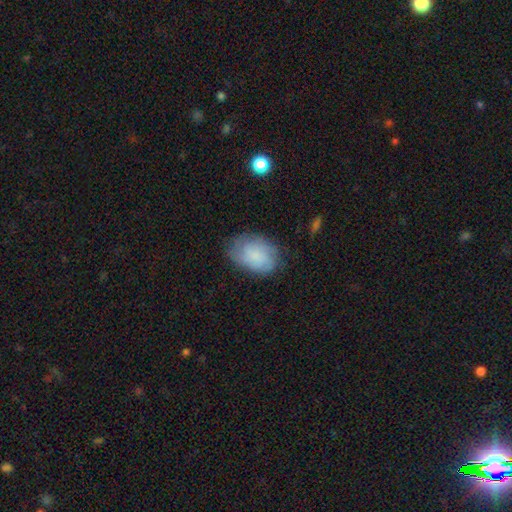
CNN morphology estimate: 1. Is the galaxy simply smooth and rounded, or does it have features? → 67% smooth, 25% featured or disk, 8% star or artifact.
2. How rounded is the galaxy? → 80% in between, 18% round, 1% cigar-shaped.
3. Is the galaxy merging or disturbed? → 67% none, 24% minor disturbance, 8% major disturbance, 1% merger.